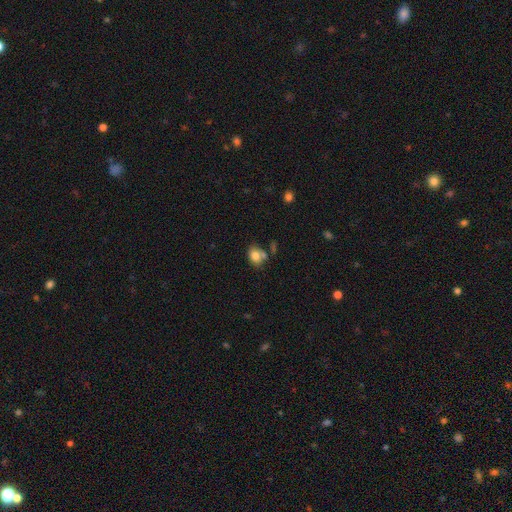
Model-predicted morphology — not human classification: Smooth or featured?
  - smooth: 80% *
  - featured or disk: 10%
  - star or artifact: 10%
How rounded?
  - round: 51% *
  - in between: 48%
  - cigar-shaped: 1%
Merging?
  - none: 58% *
  - merger: 19%
  - minor disturbance: 18%
  - major disturbance: 5%